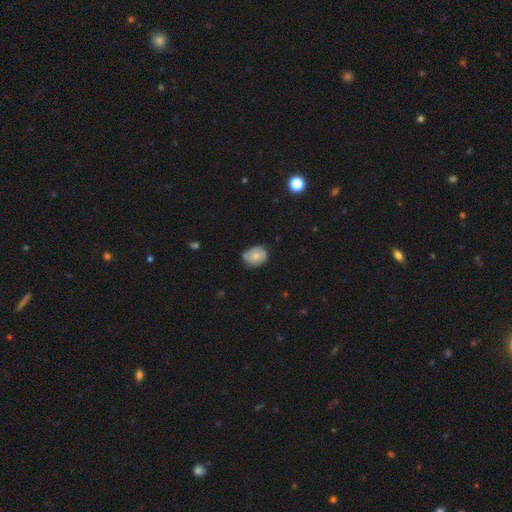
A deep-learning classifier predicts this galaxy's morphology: Smooth or featured? smooth (59%)
How rounded? in between (60%)
Merging? none (58%)